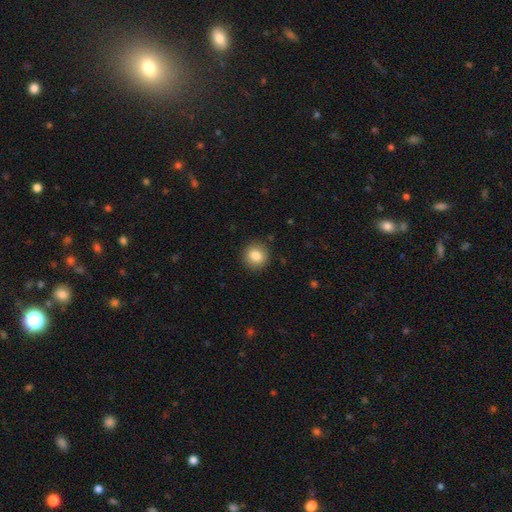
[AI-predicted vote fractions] This is clearly a smooth galaxy (84%). How rounded: clearly round (89%). Merging: clearly none (90%).